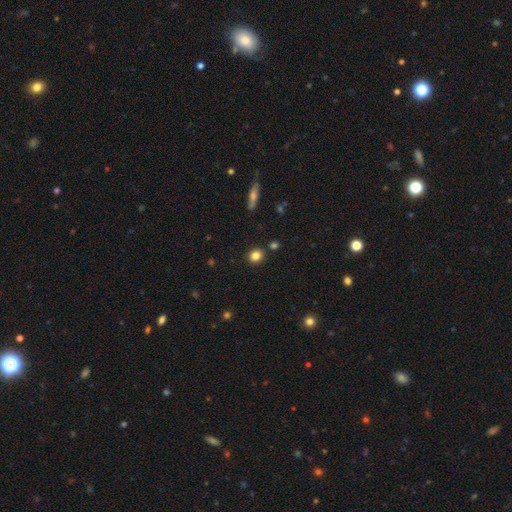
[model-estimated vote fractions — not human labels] smooth-or-featured: smooth: 83% | star or artifact: 11% | featured or disk: 6%
  how-rounded: round: 80% | in between: 18% | cigar-shaped: 1%
  merging: none: 86% | minor disturbance: 7% | merger: 4% | major disturbance: 2%